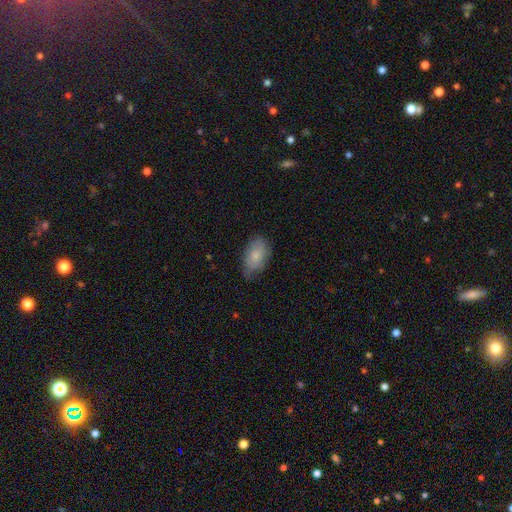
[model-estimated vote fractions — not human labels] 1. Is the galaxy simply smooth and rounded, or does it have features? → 76% smooth, 18% featured or disk, 6% star or artifact.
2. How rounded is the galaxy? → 92% in between, 6% round, 2% cigar-shaped.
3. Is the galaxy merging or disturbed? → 64% none, 28% minor disturbance, 6% major disturbance, 1% merger.